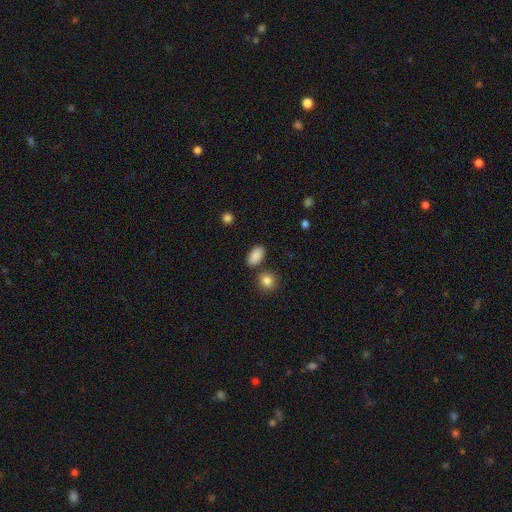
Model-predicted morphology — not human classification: Smooth or featured: smooth — 87% (star or artifact — 8%)
How rounded: in between — 90% (round — 7%)
Merging: none — 81% (minor disturbance — 11%)